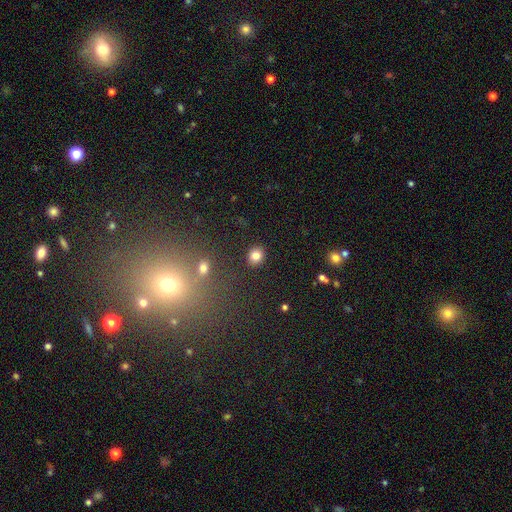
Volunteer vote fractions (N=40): smooth-or-featured: smooth: 80% | star or artifact: 12% | featured or disk: 8%
  how-rounded: round: 75% | in between: 25% | cigar-shaped: 0%
  merging: none: 94% | major disturbance: 6% | minor disturbance: 0% | merger: 0%